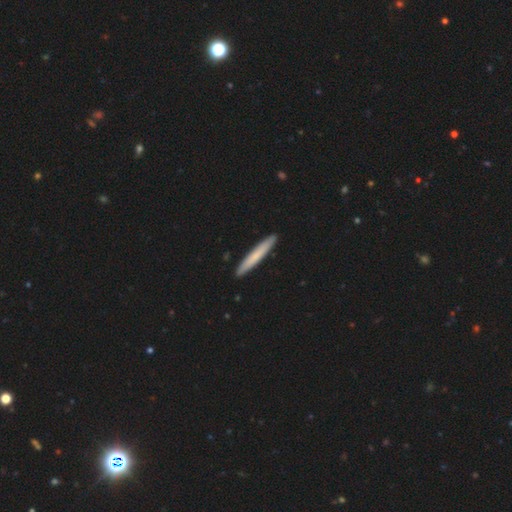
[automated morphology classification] smooth 70%, featured or disk 25%, star or artifact 5%. Down the decision tree: how rounded — cigar-shaped (96%); merging — none (92%).